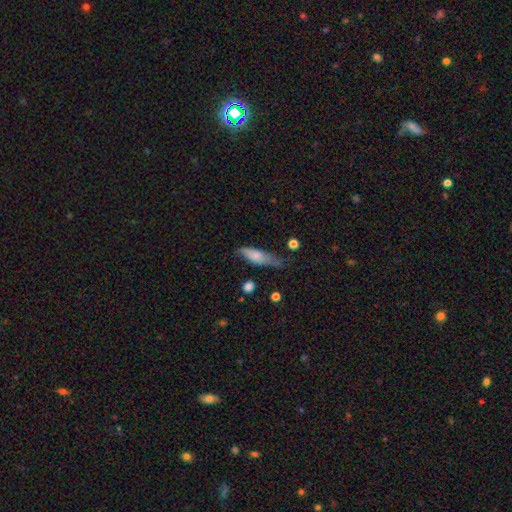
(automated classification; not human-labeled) A smooth galaxy with no disk features (69%) that is in between round and cigar-shaped (51%). Merging: none (43%).